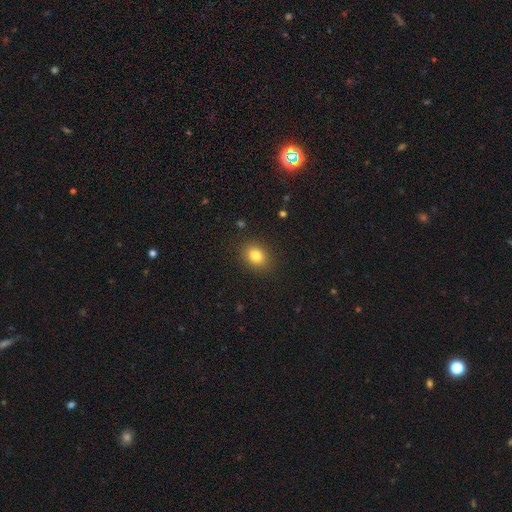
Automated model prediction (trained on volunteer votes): Morphology: type=smooth (82%); roundness=in between (51%); merging=none (88%).